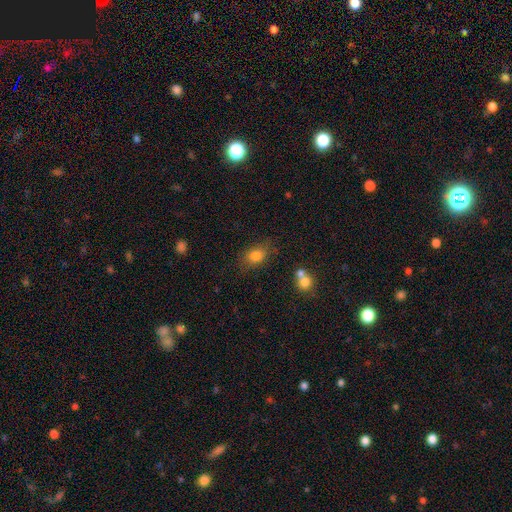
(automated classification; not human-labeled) This appears to be a smooth galaxy with no disk features (80%) that is in between round and cigar-shaped (69%). Merging: none (71%).